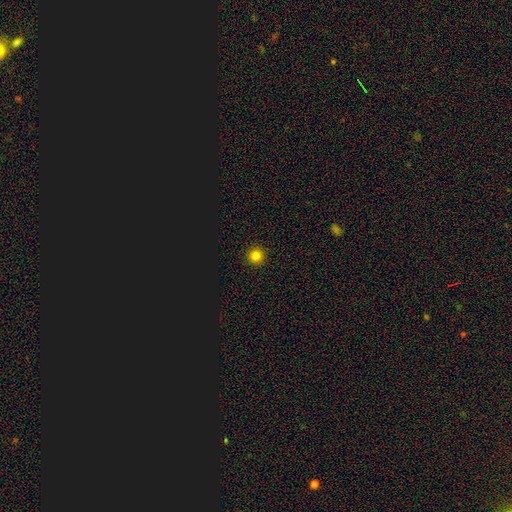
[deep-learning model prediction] Smooth or featured? smooth (80%)
How rounded? round (96%)
Merging? none (93%)